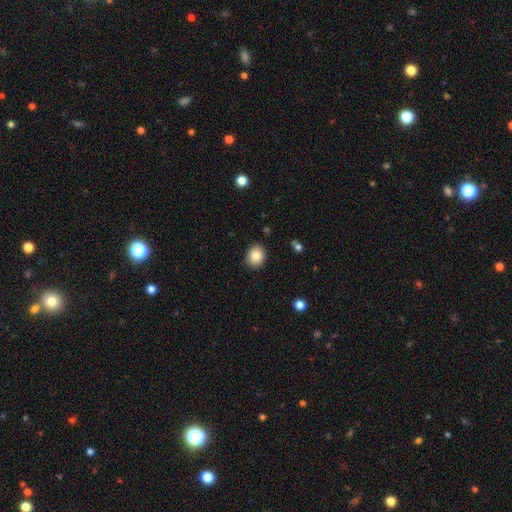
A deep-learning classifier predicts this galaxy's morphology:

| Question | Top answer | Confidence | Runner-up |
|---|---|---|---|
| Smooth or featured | smooth | 85% | star or artifact (9%) |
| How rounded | round | 55% | in between (44%) |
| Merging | none | 88% | minor disturbance (8%) |